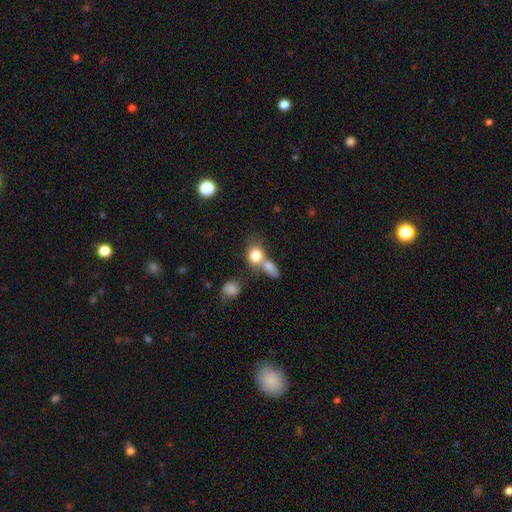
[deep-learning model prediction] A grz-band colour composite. It shows a smooth galaxy with no disk features (79%) that is round (52%). Merging: merger (52%).